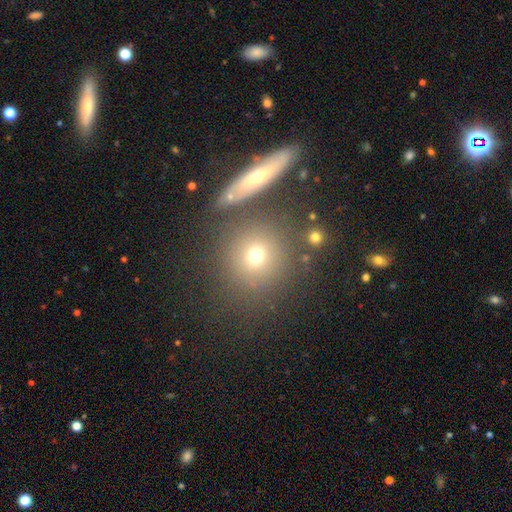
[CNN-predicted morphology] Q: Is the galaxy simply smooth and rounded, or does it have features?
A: smooth — 70%.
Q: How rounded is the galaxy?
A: round — 85%.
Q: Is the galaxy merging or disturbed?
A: none — 73%.